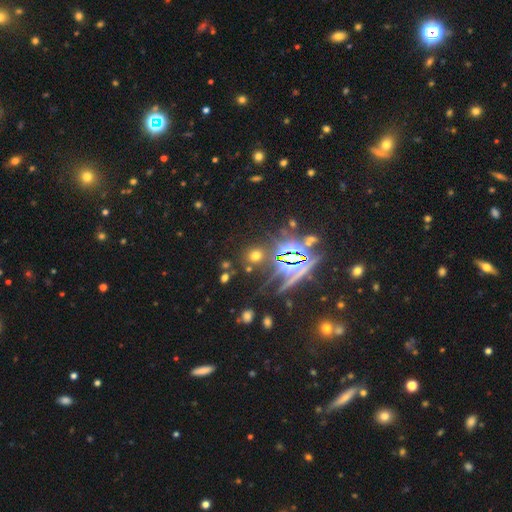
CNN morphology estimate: Q: Smooth or featured?
A: smooth (51%); runner-up: star or artifact (39%)
Q: How rounded?
A: round (81%); runner-up: in between (17%)
Q: Merging?
A: none (80%); runner-up: minor disturbance (9%)